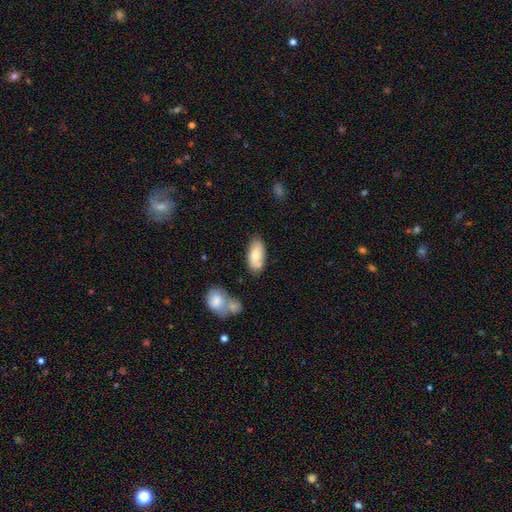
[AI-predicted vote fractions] Smooth or featured? smooth (73%)
How rounded? in between (89%)
Merging? none (72%)